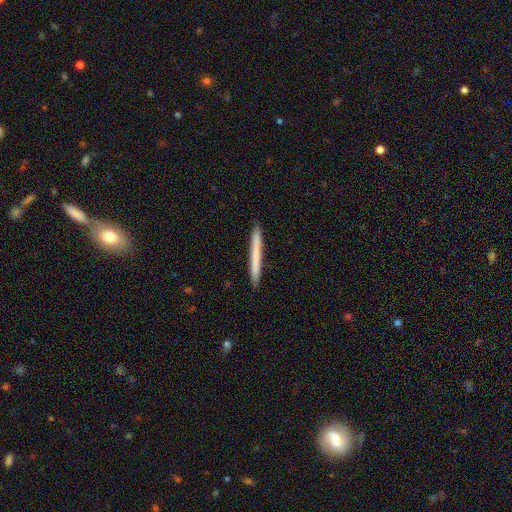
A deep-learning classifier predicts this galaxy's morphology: A smooth galaxy with no disk features (66%) that is cigar-shaped (97%). Merging: none (92%).